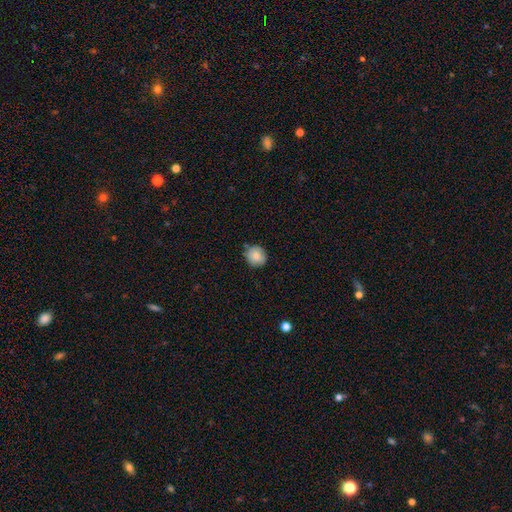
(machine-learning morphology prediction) Smooth or featured? smooth (83%)
How rounded? round (89%)
Merging? none (80%)